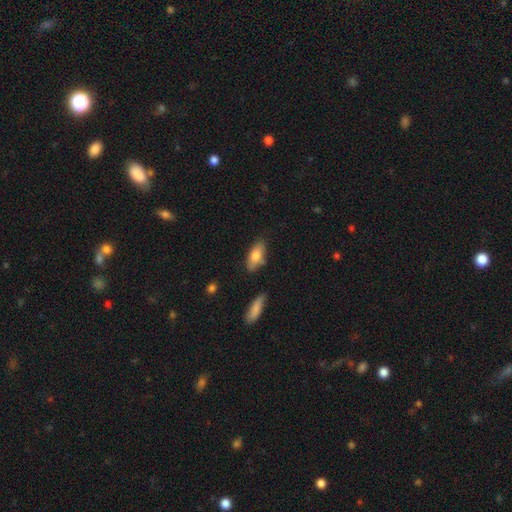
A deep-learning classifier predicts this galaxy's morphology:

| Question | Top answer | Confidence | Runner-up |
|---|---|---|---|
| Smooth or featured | smooth | 79% | featured or disk (15%) |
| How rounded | in between | 85% | cigar-shaped (12%) |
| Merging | none | 74% | minor disturbance (18%) |